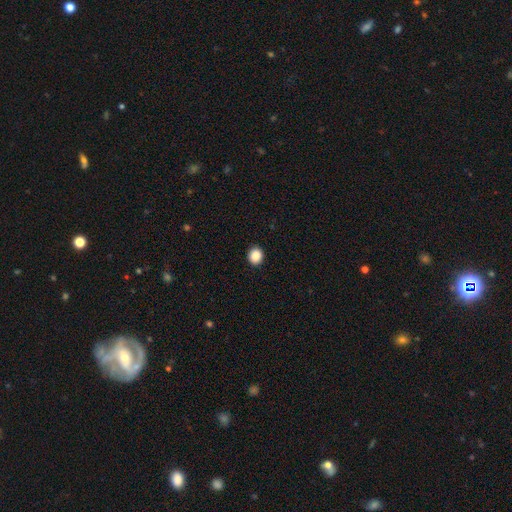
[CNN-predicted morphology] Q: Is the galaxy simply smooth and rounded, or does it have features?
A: smooth — 88%.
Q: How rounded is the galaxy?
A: round — 77%.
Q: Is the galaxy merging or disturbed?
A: none — 92%.